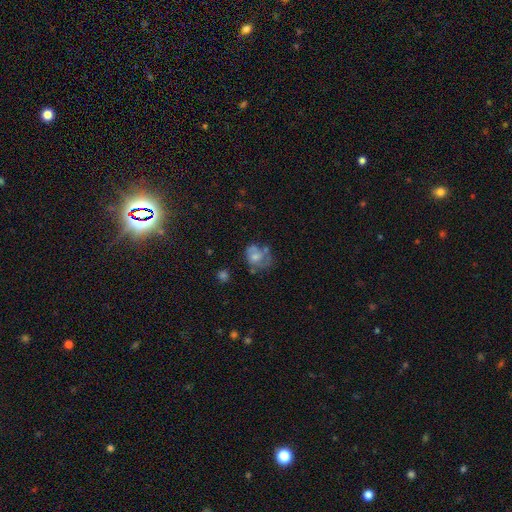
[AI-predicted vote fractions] This is possibly a smooth galaxy (47%). Merging: marginally none (38%).